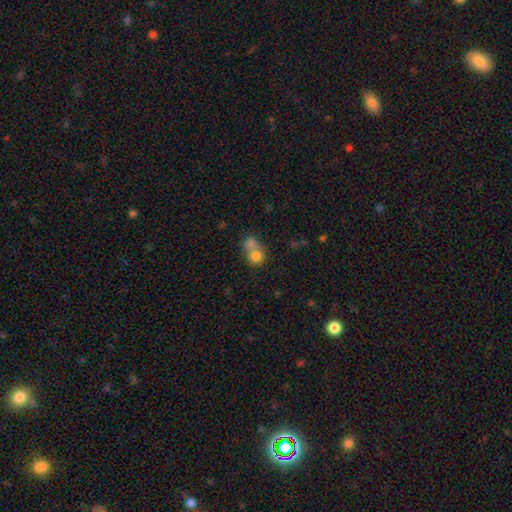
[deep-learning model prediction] The model was most divided on "merging": merger: 61%, none: 29%, minor disturbance: 6%, major disturbance: 3%. More confident: how rounded — round (78%); smooth or featured — smooth (77%).